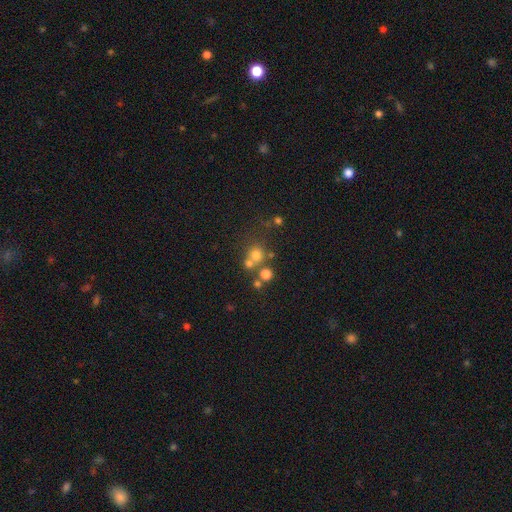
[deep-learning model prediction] A smooth galaxy with no disk features (64%) that is round (89%).

Vote fractions:
- Smooth or featured? smooth: 64% / star or artifact: 22% / featured or disk: 14%
- How rounded? round: 89% / in between: 10% / cigar-shaped: 1%
- Merging? none: 55% / merger: 32% / minor disturbance: 8% / major disturbance: 4%